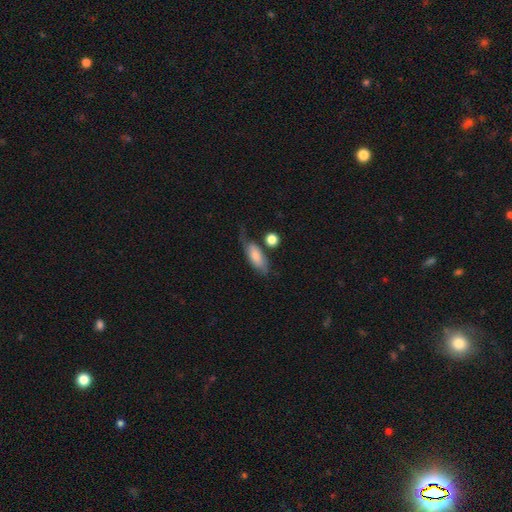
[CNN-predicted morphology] Q: Smooth or featured?
A: smooth (68%); runner-up: featured or disk (26%)
Q: How rounded?
A: in between (77%); runner-up: cigar-shaped (19%)
Q: Merging?
A: none (46%); runner-up: minor disturbance (27%)